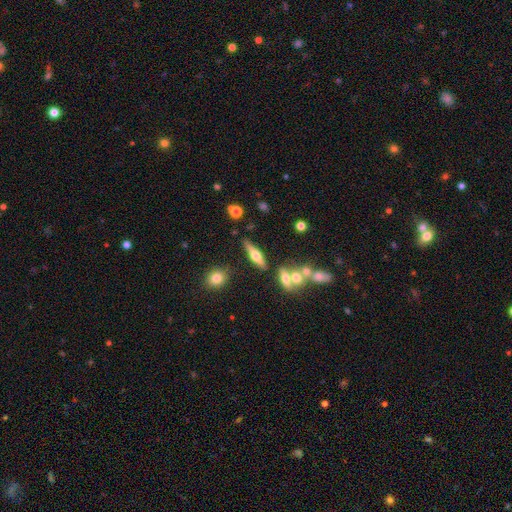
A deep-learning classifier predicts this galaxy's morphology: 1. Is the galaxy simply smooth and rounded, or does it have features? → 55% featured or disk, 37% smooth, 8% star or artifact.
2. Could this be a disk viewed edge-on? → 90% yes, 10% no.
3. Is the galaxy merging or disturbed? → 74% none, 13% minor disturbance, 9% merger, 4% major disturbance.